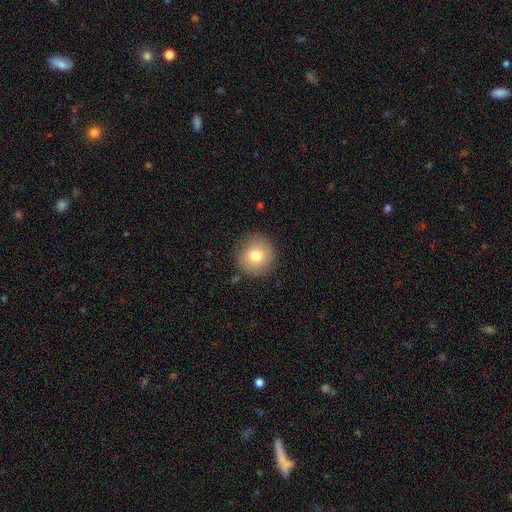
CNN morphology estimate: This is likely a smooth galaxy (78%). How rounded: clearly round (94%). Merging: clearly none (88%).